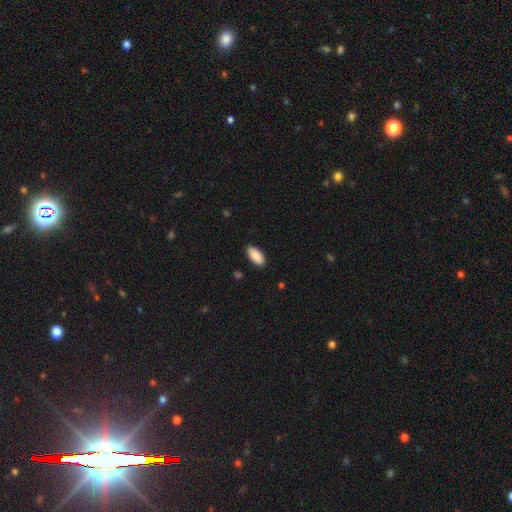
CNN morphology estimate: A smooth galaxy with no disk features (88%) that is in between round and cigar-shaped (92%).

Vote fractions:
- Smooth or featured? smooth: 88% / star or artifact: 6% / featured or disk: 6%
- How rounded? in between: 92% / cigar-shaped: 6% / round: 2%
- Merging? none: 87% / minor disturbance: 10% / major disturbance: 2% / merger: 1%